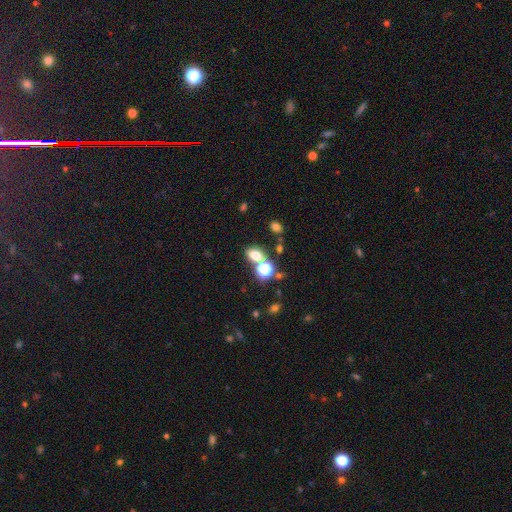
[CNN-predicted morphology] Smooth or featured: smooth — 68% (star or artifact — 22%)
How rounded: in between — 62% (round — 37%)
Merging: none — 58% (merger — 26%)